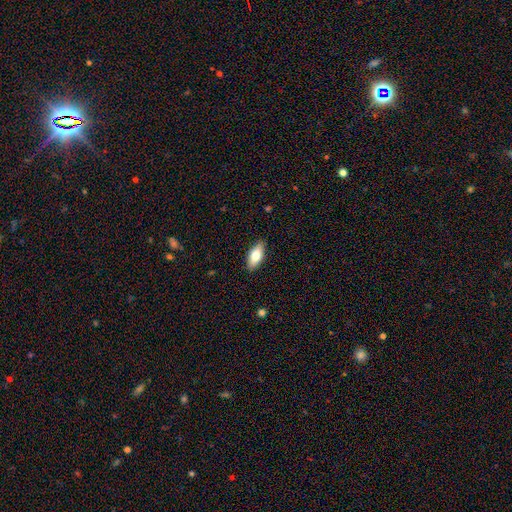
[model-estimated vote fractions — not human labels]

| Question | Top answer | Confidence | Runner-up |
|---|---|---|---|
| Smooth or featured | smooth | 73% | featured or disk (20%) |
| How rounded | in between | 81% | cigar-shaped (16%) |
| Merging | none | 88% | minor disturbance (9%) |